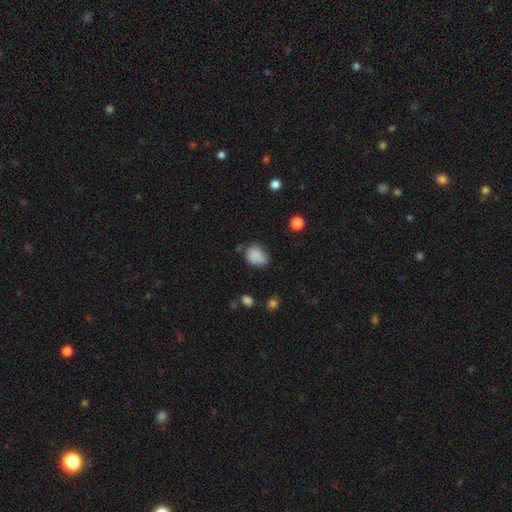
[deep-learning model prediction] Smooth or featured?
  - smooth: 81% *
  - star or artifact: 9%
  - featured or disk: 9%
How rounded?
  - in between: 57% *
  - round: 42%
  - cigar-shaped: 1%
Merging?
  - none: 56% *
  - minor disturbance: 28%
  - merger: 8%
  - major disturbance: 7%